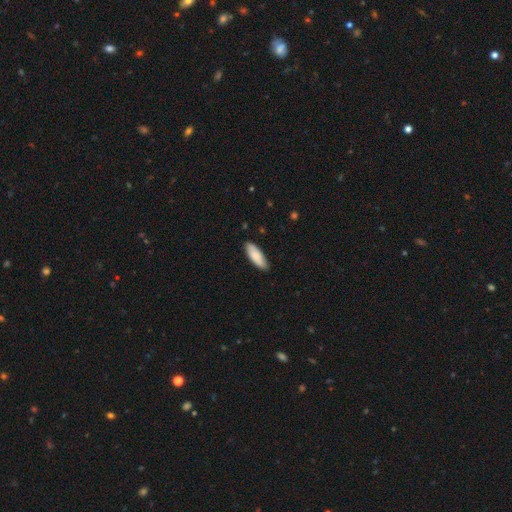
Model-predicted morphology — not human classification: smooth-or-featured: smooth: 85% | featured or disk: 10% | star or artifact: 5%
  how-rounded: in between: 63% | cigar-shaped: 36% | round: 2%
  merging: none: 85% | minor disturbance: 12% | major disturbance: 2% | merger: 1%